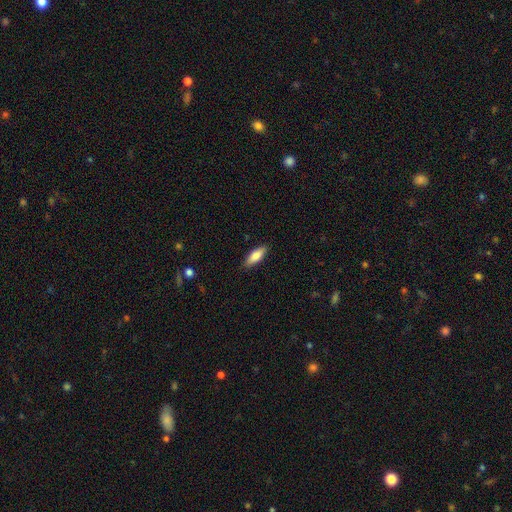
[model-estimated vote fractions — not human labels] Smooth or featured? smooth (79%)
How rounded? in between (62%)
Merging? none (88%)